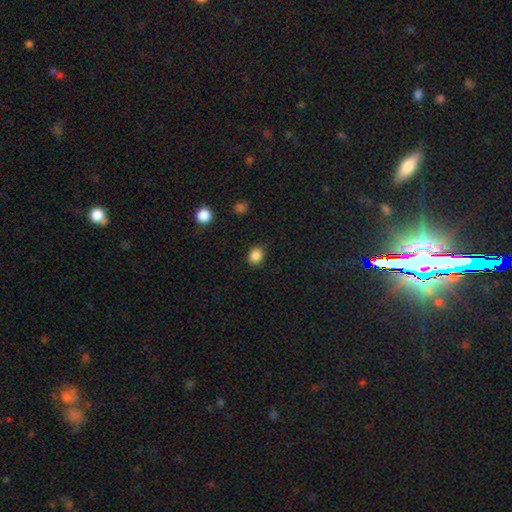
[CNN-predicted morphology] Smooth or featured?
  - smooth: 86% *
  - star or artifact: 11%
  - featured or disk: 3%
How rounded?
  - round: 73% *
  - in between: 26%
  - cigar-shaped: 1%
Merging?
  - none: 87% *
  - minor disturbance: 10%
  - major disturbance: 3%
  - merger: 1%